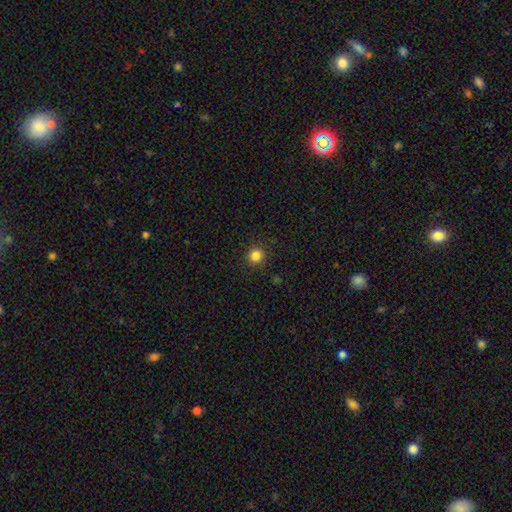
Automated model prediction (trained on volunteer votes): Smooth or featured: smooth — 84% (star or artifact — 12%)
How rounded: round — 94% (in between — 5%)
Merging: none — 92% (minor disturbance — 5%)